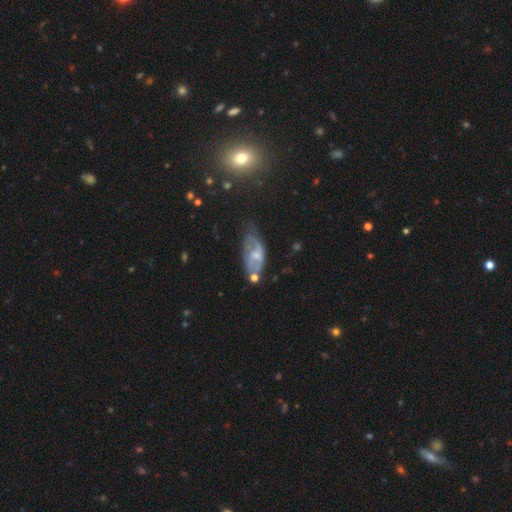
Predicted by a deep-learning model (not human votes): Smooth or featured?
  - featured or disk: 63% *
  - smooth: 28%
  - star or artifact: 9%
Edge-on disk?
  - no: 92% *
  - yes: 8%
Bar?
  - no: 53% *
  - weak: 40%
  - strong: 8%
Spiral arms?
  - yes: 70% *
  - no: 30%
Bulge size?
  - small: 47% *
  - moderate: 38%
  - none: 11%
  - large: 3%
  - dominant: 1%
Merging?
  - none: 40% *
  - minor disturbance: 30%
  - major disturbance: 20%
  - merger: 10%